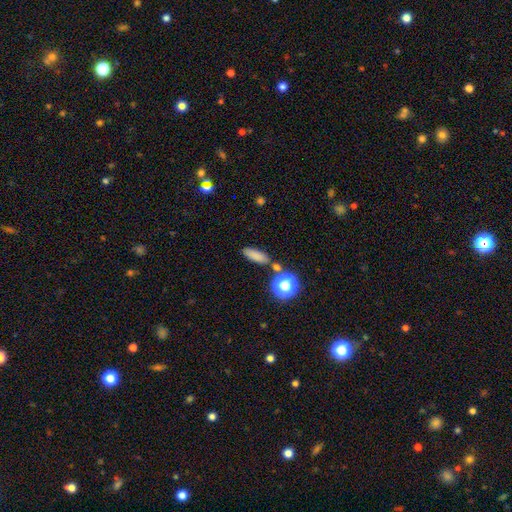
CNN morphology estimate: smooth-or-featured: smooth: 78% | star or artifact: 15% | featured or disk: 8%
  how-rounded: in between: 49% | cigar-shaped: 38% | round: 14%
  merging: none: 77% | minor disturbance: 10% | merger: 9% | major disturbance: 3%